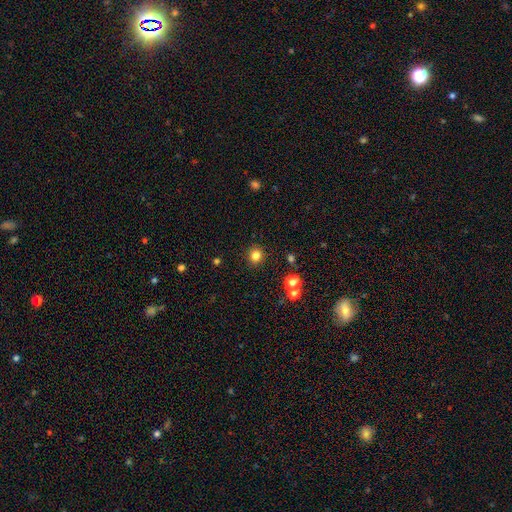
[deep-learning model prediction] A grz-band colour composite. It shows a smooth galaxy with no disk features (81%) that is round (86%). Merging: none (90%).